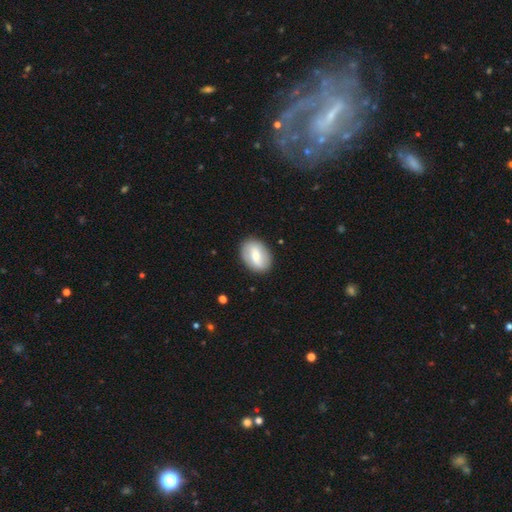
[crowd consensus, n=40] Overall: smooth (60%; featured or disk 32%). How rounded: in between (75%). Merging: none (89%).